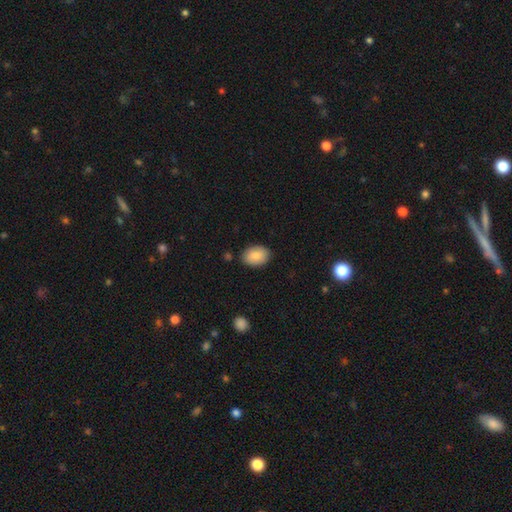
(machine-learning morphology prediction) smooth_or_featured: smooth (p=0.87) [alt: star or artifact p=0.07]
how_rounded: in between (p=0.82) [alt: round p=0.17]
merging: none (p=0.85) [alt: minor disturbance p=0.11]